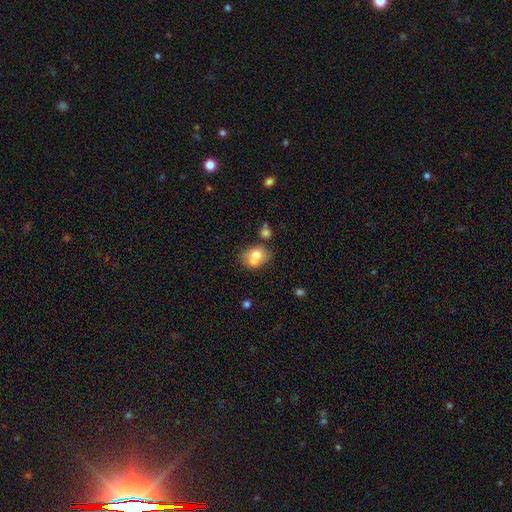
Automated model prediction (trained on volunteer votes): smooth_or_featured: smooth (p=0.72) [alt: featured or disk p=0.19]
how_rounded: in between (p=0.56) [alt: round p=0.43]
merging: none (p=0.44) [alt: merger p=0.29]